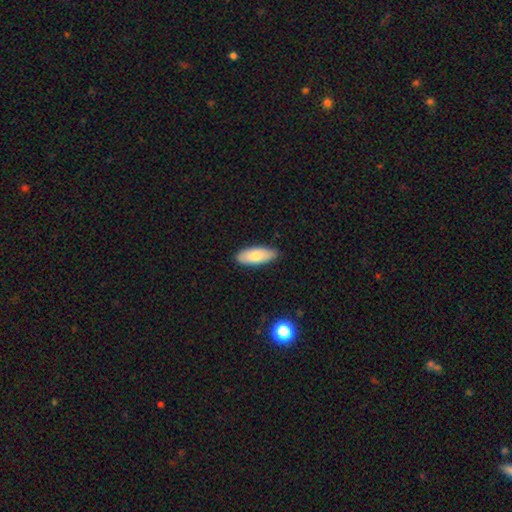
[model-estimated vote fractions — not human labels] Smooth or featured: smooth — 79% (featured or disk — 15%)
How rounded: in between — 81% (cigar-shaped — 17%)
Merging: none — 86% (minor disturbance — 11%)